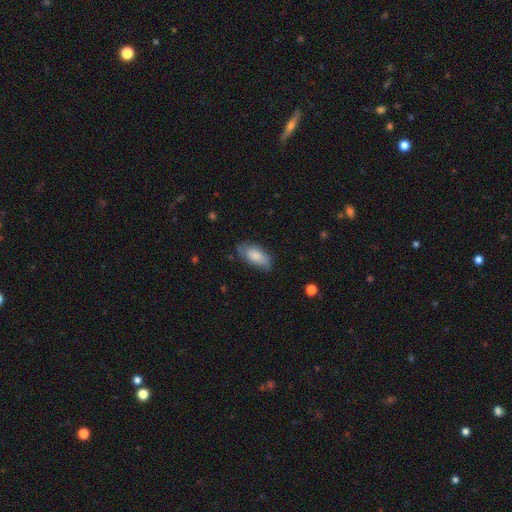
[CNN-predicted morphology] A smooth galaxy with no disk features (77%) that is in between round and cigar-shaped (89%). Merging: none (67%).